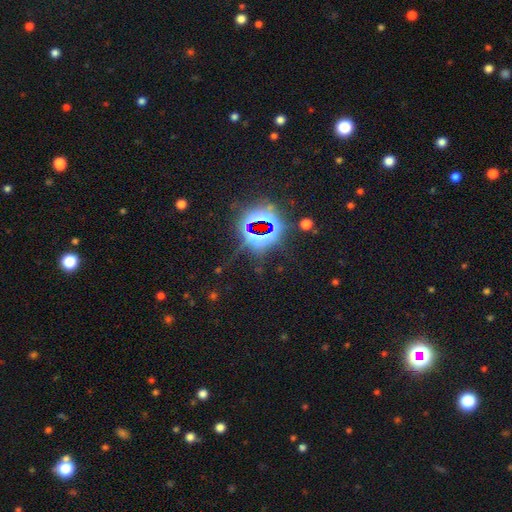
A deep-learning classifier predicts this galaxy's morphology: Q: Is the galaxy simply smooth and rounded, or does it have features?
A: star or artifact — 84%.